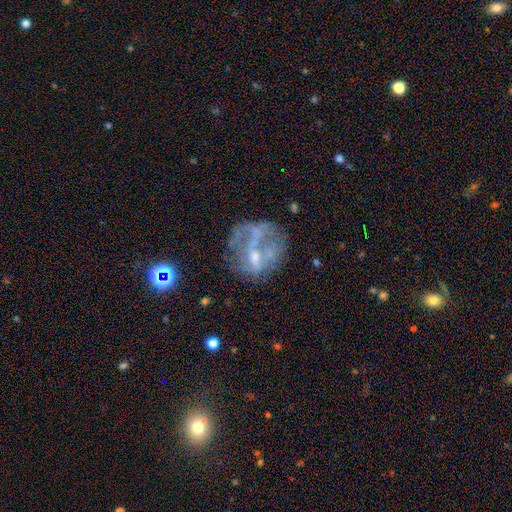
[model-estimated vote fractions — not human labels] The model was most divided on "bulge size": small: 34%, none: 32%, moderate: 30%, large: 2%, dominant: 1%. Remaining: edge-on disk — no (97%); spiral arms — no (80%); smooth or featured — featured or disk (64%); bar — no (61%); merging — none (41%).